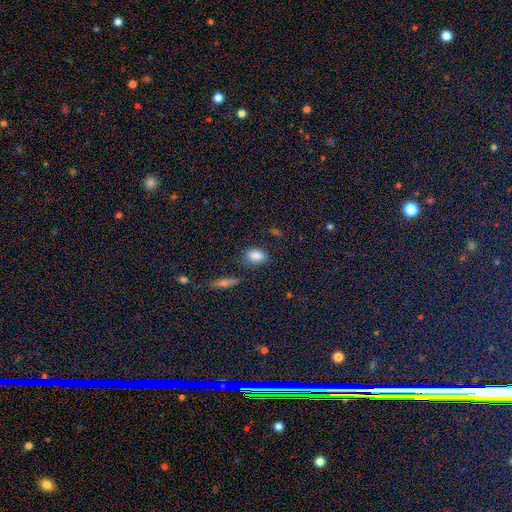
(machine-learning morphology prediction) Overall: smooth (84%). How rounded: in between (85%). Merging: none (75%).